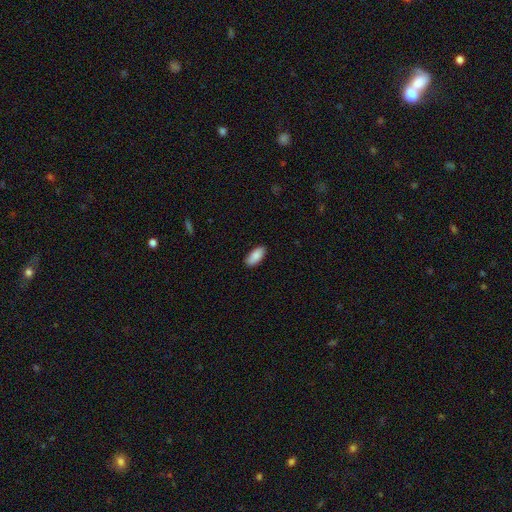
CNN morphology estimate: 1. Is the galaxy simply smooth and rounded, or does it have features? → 89% smooth, 6% star or artifact, 5% featured or disk.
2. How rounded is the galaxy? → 88% in between, 10% cigar-shaped, 2% round.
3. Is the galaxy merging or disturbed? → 87% none, 10% minor disturbance, 2% major disturbance, 1% merger.